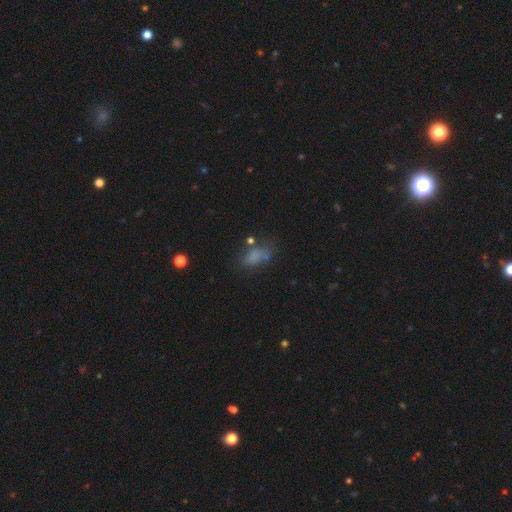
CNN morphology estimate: smooth-or-featured: smooth: 67% | featured or disk: 17% | star or artifact: 16%
  how-rounded: in between: 84% | round: 9% | cigar-shaped: 7%
  merging: none: 43% | minor disturbance: 26% | major disturbance: 23% | merger: 9%